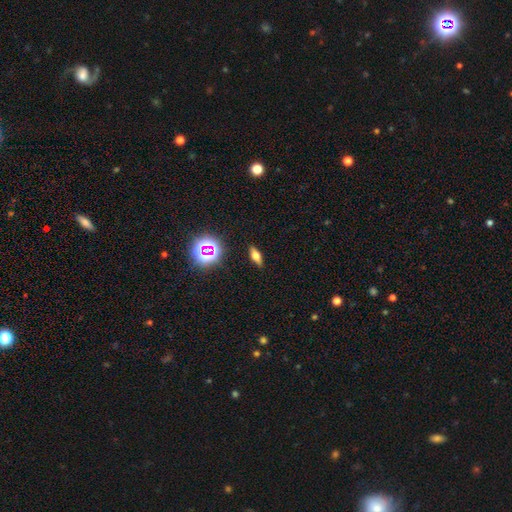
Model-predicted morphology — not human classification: Q: Smooth or featured?
A: smooth (56%); runner-up: featured or disk (28%)
Q: How rounded?
A: in between (63%); runner-up: cigar-shaped (28%)
Q: Merging?
A: none (88%); runner-up: minor disturbance (8%)